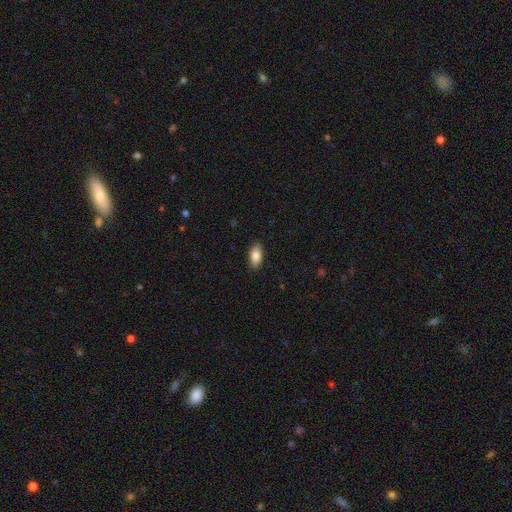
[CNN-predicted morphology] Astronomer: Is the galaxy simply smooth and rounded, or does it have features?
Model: smooth — 84%.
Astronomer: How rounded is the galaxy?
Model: in between — 88%.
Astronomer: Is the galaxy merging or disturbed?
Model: none — 89%.